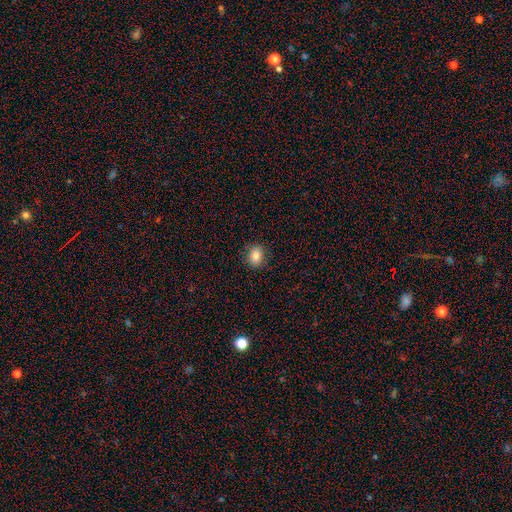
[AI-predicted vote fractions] This is clearly a smooth galaxy (84%). How rounded: possibly round (53%). Merging: clearly none (87%).